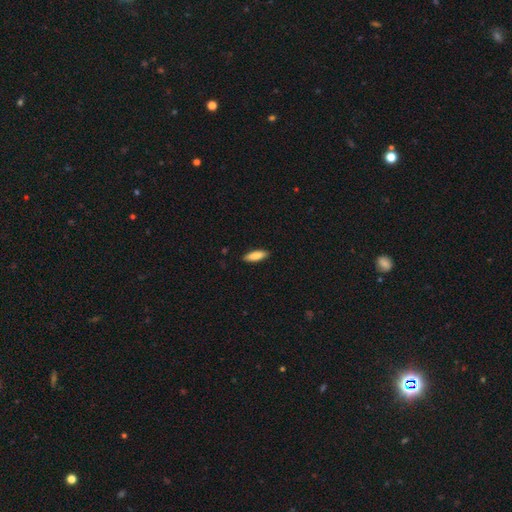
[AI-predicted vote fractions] This appears to be a smooth galaxy with no disk features (85%) that is in between round and cigar-shaped (58%). Merging: none (89%).